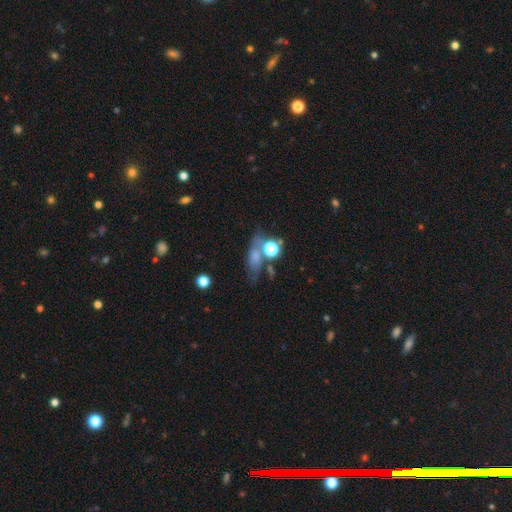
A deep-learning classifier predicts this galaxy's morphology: Q: Smooth or featured?
A: smooth (56%); runner-up: featured or disk (25%)
Q: How rounded?
A: in between (53%); runner-up: round (24%)
Q: Merging?
A: none (52%); runner-up: minor disturbance (18%)